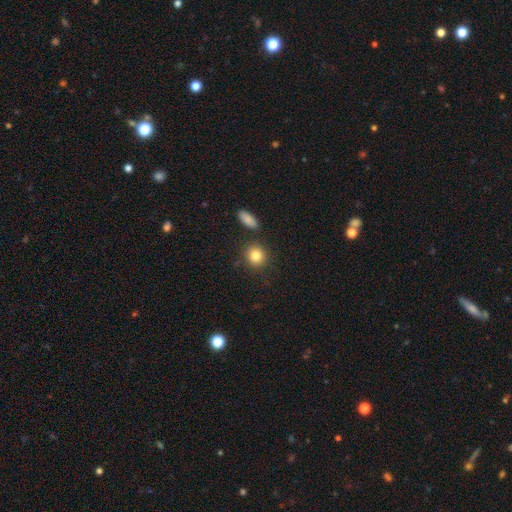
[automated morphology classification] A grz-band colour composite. It shows a smooth galaxy with no disk features (84%) that is round (84%). Merging: none (82%).